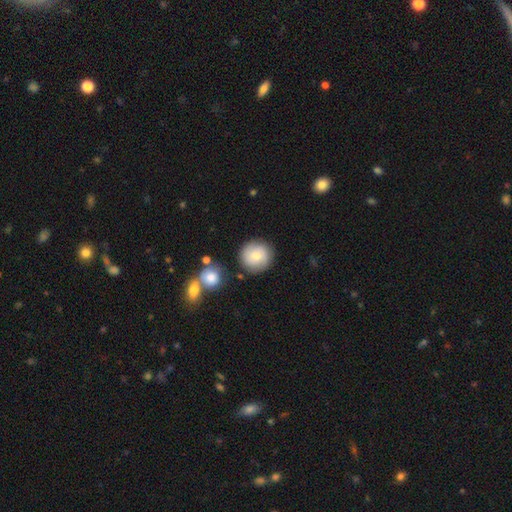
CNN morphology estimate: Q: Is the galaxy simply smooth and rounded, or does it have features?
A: smooth — 70%.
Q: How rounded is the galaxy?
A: round — 94%.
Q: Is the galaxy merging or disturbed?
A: none — 81%.